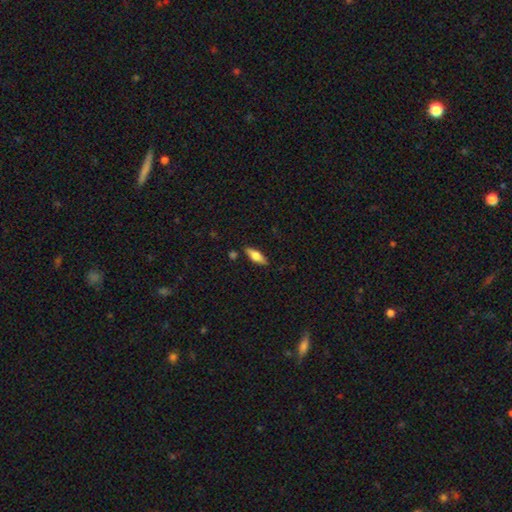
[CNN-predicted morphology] This is likely a smooth galaxy (65%). How rounded: likely in between (66%). Merging: clearly none (84%).